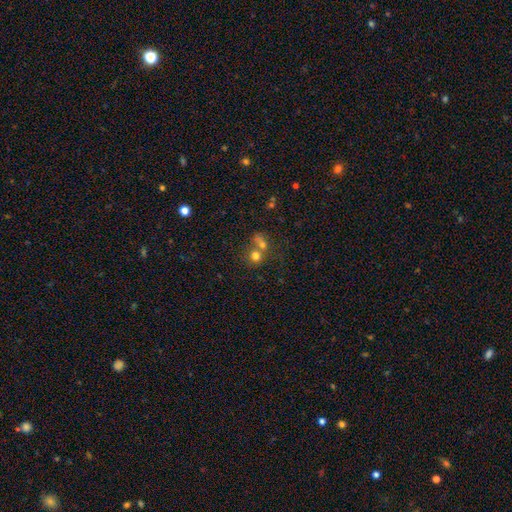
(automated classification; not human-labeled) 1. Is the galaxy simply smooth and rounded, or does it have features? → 71% smooth, 16% star or artifact, 13% featured or disk.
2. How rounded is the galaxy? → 81% round, 18% in between, 1% cigar-shaped.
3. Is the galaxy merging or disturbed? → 51% merger, 39% none, 6% minor disturbance, 4% major disturbance.